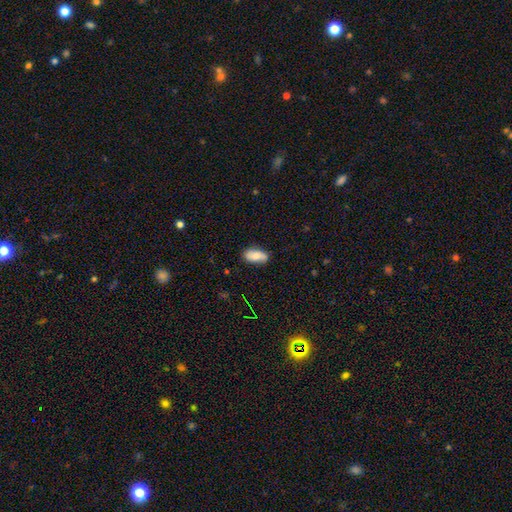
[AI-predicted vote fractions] smooth 75%, featured or disk 18%, star or artifact 7%. Down the decision tree: how rounded — in between (91%); merging — none (78%).